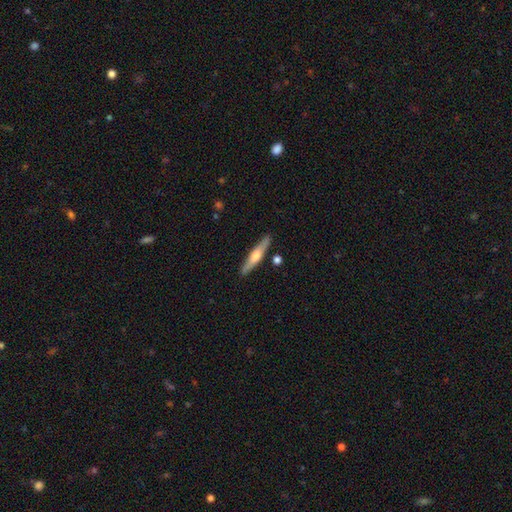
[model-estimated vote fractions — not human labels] featured or disk 51%, smooth 43%, star or artifact 6%. Down the decision tree: edge-on disk — yes (93%); merging — none (87%).